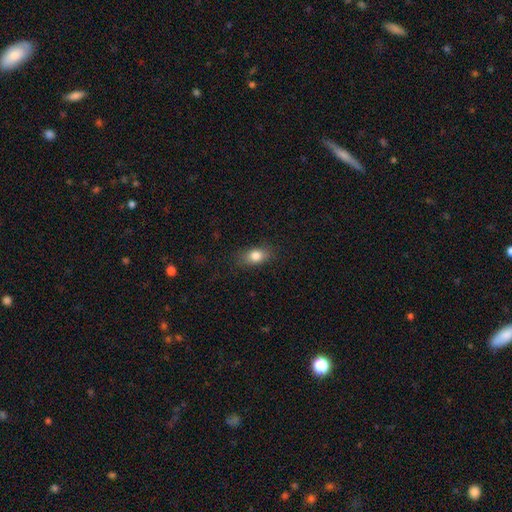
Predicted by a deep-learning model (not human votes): smooth-or-featured: smooth: 82% | featured or disk: 9% | star or artifact: 9%
  how-rounded: in between: 77% | round: 19% | cigar-shaped: 4%
  merging: none: 82% | minor disturbance: 13% | major disturbance: 4% | merger: 1%